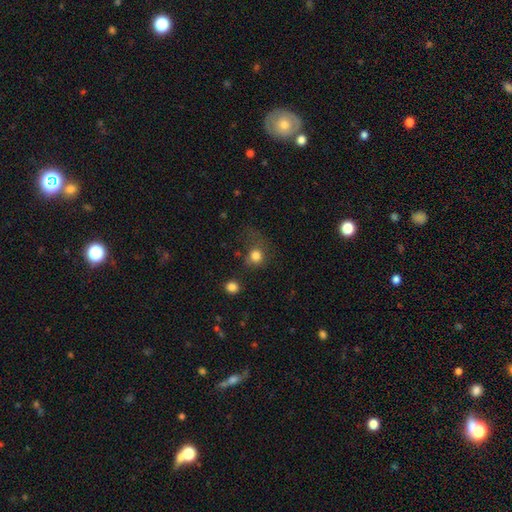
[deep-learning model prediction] Smooth or featured: smooth — 80% (star or artifact — 13%)
How rounded: round — 80% (in between — 18%)
Merging: none — 47% (major disturbance — 24%)